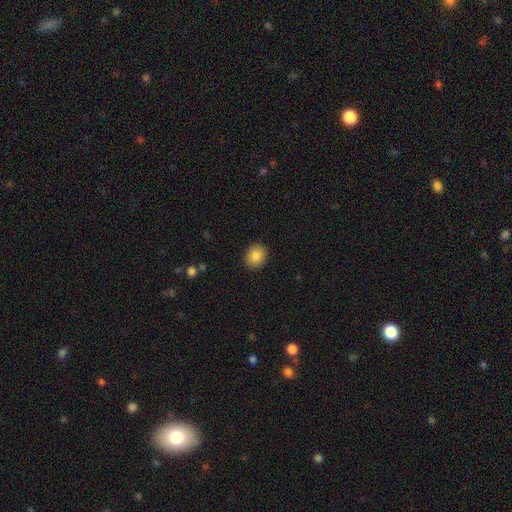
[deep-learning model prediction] Smooth or featured? smooth (86%)
How rounded? round (65%)
Merging? none (90%)